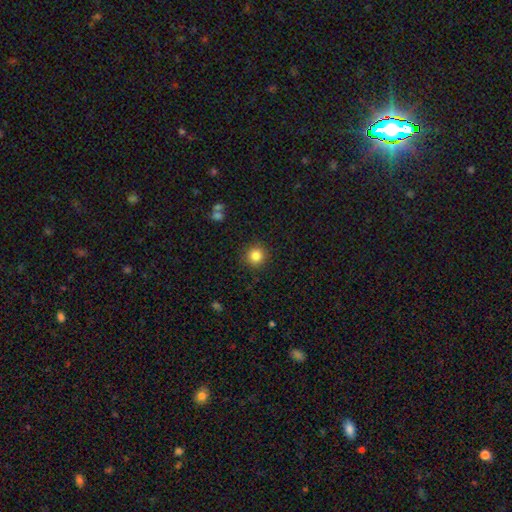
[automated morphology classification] The model was most divided on "smooth or featured": smooth: 85%, star or artifact: 11%, featured or disk: 5%. More confident: how rounded — round (93%); merging — none (89%).